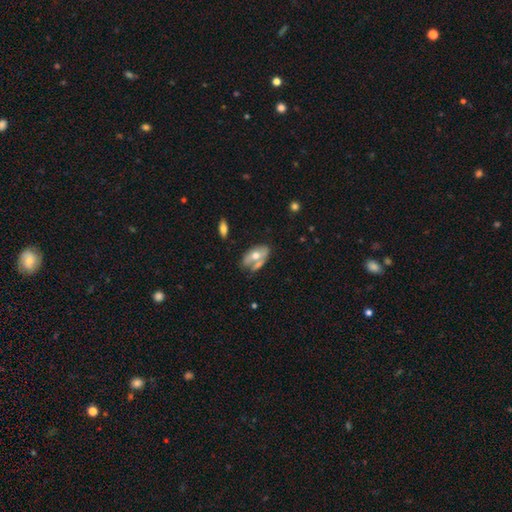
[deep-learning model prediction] Q: Smooth or featured?
A: smooth (50%); runner-up: featured or disk (43%)
Q: How rounded?
A: in between (90%); runner-up: round (5%)
Q: Merging?
A: none (41%); runner-up: merger (30%)